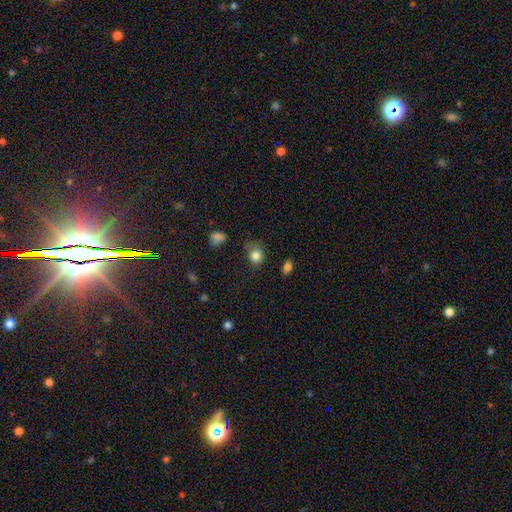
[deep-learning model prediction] Smooth or featured?
  - smooth: 83% *
  - star or artifact: 11%
  - featured or disk: 6%
How rounded?
  - round: 70% *
  - in between: 29%
  - cigar-shaped: 1%
Merging?
  - none: 57% *
  - minor disturbance: 29%
  - major disturbance: 10%
  - merger: 3%